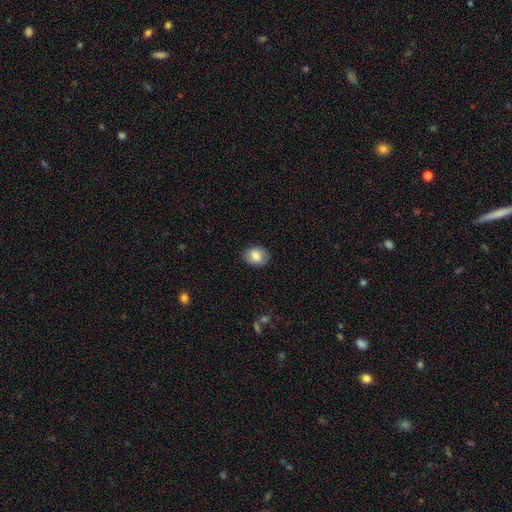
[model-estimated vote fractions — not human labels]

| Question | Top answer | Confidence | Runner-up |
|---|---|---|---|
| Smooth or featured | smooth | 83% | featured or disk (10%) |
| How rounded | in between | 62% | round (37%) |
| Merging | none | 82% | minor disturbance (14%) |